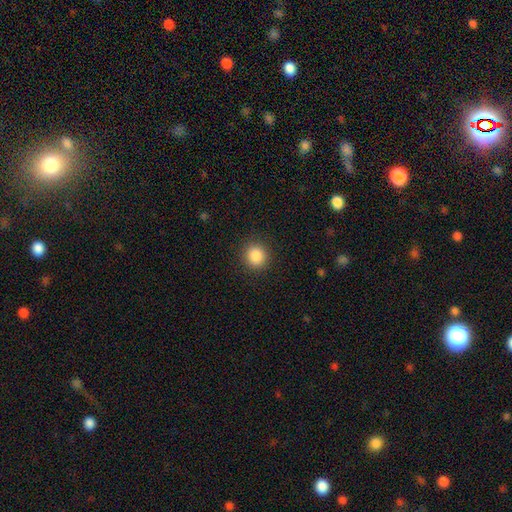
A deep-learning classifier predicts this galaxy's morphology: Smooth or featured?
  - smooth: 87% *
  - star or artifact: 9%
  - featured or disk: 3%
How rounded?
  - round: 89% *
  - in between: 10%
  - cigar-shaped: 1%
Merging?
  - none: 90% *
  - minor disturbance: 6%
  - major disturbance: 2%
  - merger: 1%